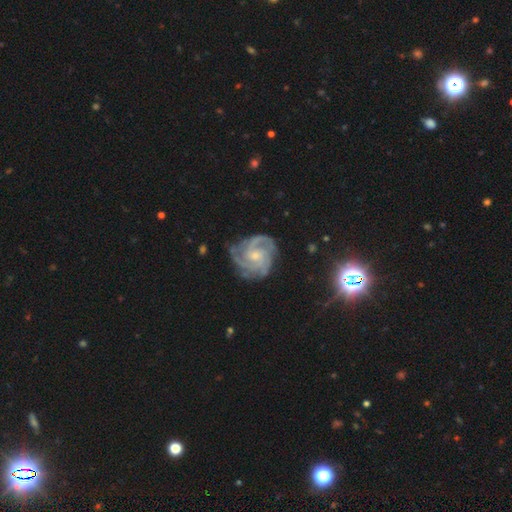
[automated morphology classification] A featured or disk galaxy (90%) with no bar (64%), 3 (35%) tight (60%) spiral arms (98%) and a small central bulge (62%).

Vote fractions:
- Smooth or featured? featured or disk: 90% / smooth: 5% / star or artifact: 5%
- Edge-on disk? no: 98% / yes: 2%
- Bar? no: 64% / weak: 30% / strong: 6%
- Spiral arms? yes: 98% / no: 2%
- Spiral winding? tight: 60% / medium: 34% / loose: 6%
- Spiral arm count? 3: 35% / 4: 21% / can't tell: 16% / 2: 14% / more than 4: 7% / 1: 7%
- Bulge size? small: 62% / moderate: 33% / none: 3% / large: 1% / dominant: 1%
- Merging? none: 72% / minor disturbance: 19% / major disturbance: 7% / merger: 2%